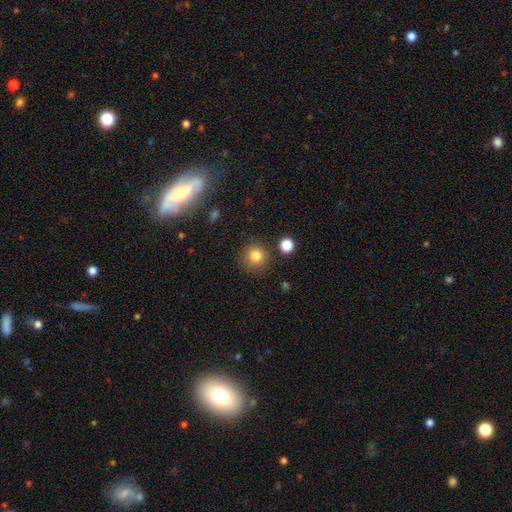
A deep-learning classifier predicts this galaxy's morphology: type=smooth (82%); roundness=round (93%); merging=none (85%).